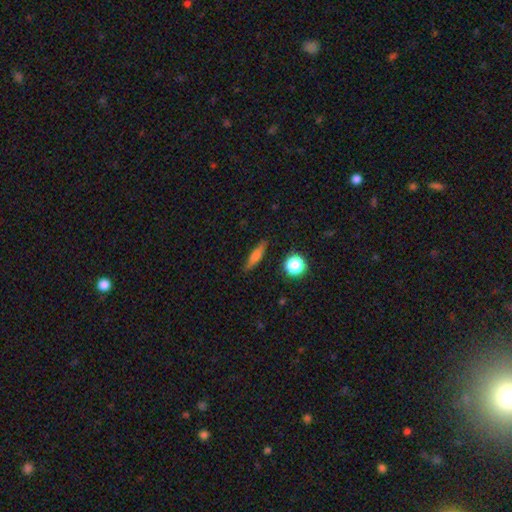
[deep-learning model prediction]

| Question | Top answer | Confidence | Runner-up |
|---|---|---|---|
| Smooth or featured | smooth | 66% | featured or disk (23%) |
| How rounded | cigar-shaped | 71% | in between (22%) |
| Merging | none | 85% | minor disturbance (11%) |